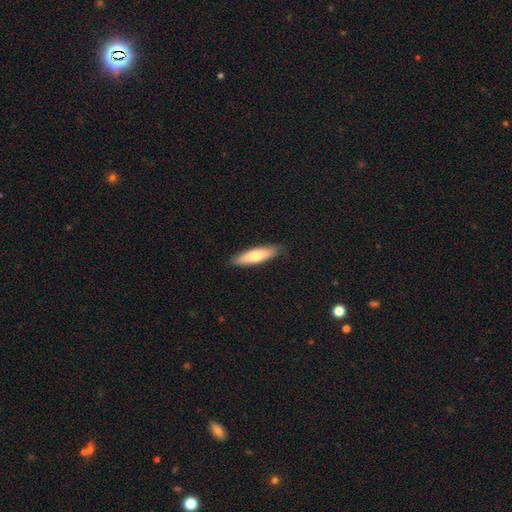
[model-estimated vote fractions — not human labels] Smooth or featured?
  - smooth: 68% *
  - featured or disk: 27%
  - star or artifact: 6%
How rounded?
  - cigar-shaped: 69% *
  - in between: 30%
  - round: 2%
Merging?
  - none: 87% *
  - minor disturbance: 10%
  - major disturbance: 2%
  - merger: 1%